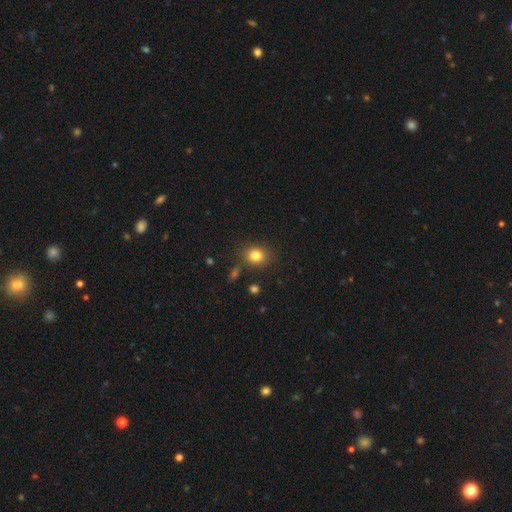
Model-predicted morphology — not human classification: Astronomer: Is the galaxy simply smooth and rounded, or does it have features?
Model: smooth — 82%.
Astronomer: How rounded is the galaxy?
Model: round — 65%.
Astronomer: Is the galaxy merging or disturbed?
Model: none — 82%.